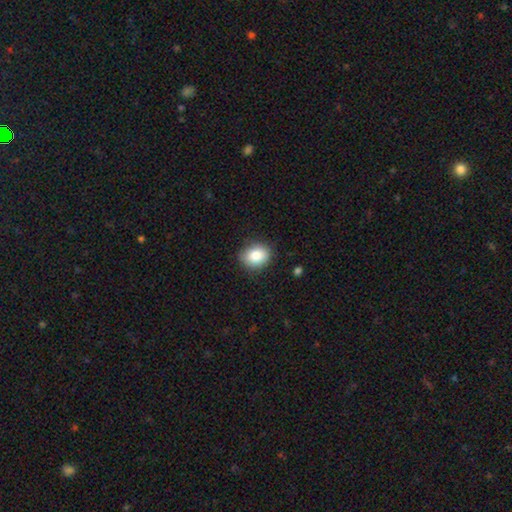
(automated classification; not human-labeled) Overall: smooth (85%). How rounded: in between (50%; round 49%). Merging: none (84%).